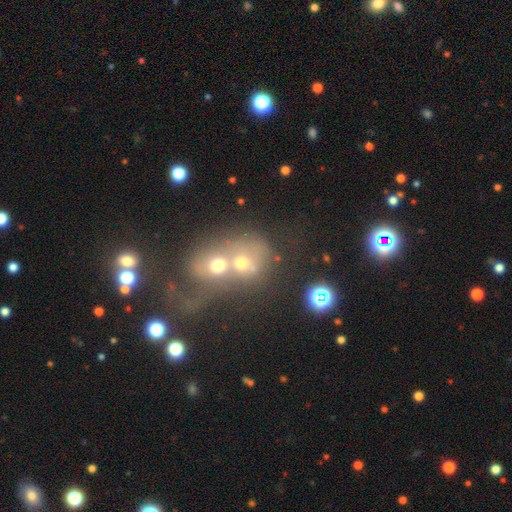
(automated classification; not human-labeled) This appears to be a smooth galaxy with no disk features (46%). Merging: merger (76%).